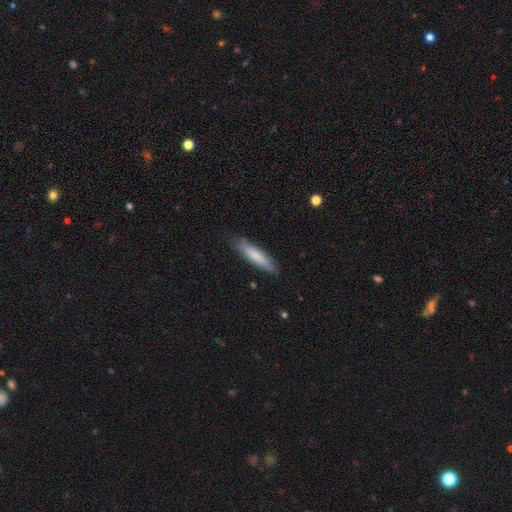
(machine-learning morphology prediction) A smooth galaxy with no disk features (73%) that is cigar-shaped (83%).

Vote fractions:
- Smooth or featured? smooth: 73% / featured or disk: 22% / star or artifact: 5%
- How rounded? cigar-shaped: 83% / in between: 15% / round: 1%
- Merging? none: 81% / minor disturbance: 15% / major disturbance: 3% / merger: 1%